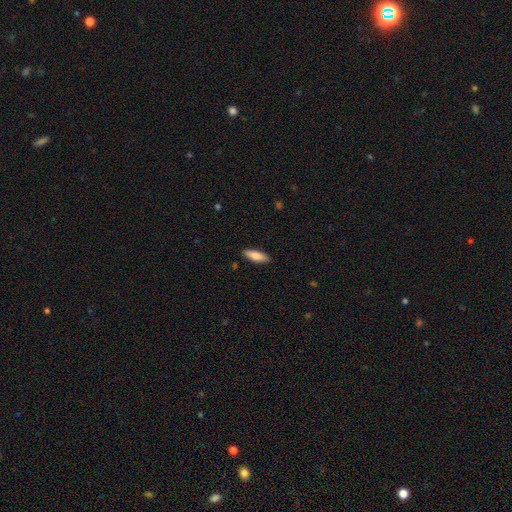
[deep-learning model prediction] smooth_or_featured: smooth (p=0.82) [alt: featured or disk p=0.12]
how_rounded: in between (p=0.59) [alt: cigar-shaped p=0.39]
merging: none (p=0.88) [alt: minor disturbance p=0.09]